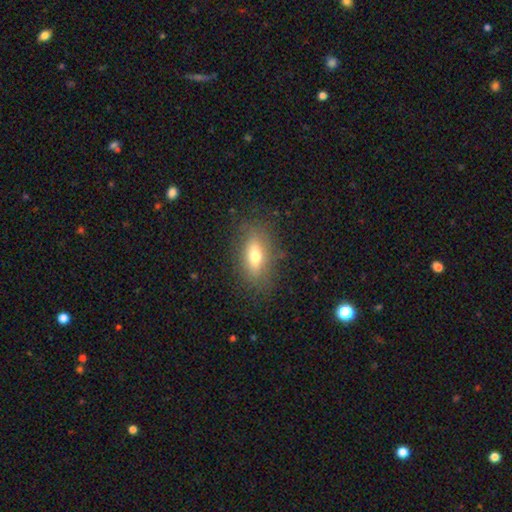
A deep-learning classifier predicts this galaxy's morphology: Smooth or featured? Predicted: smooth (p=0.65). How rounded? Predicted: in between (p=0.74). Merging? Predicted: none (p=0.81).